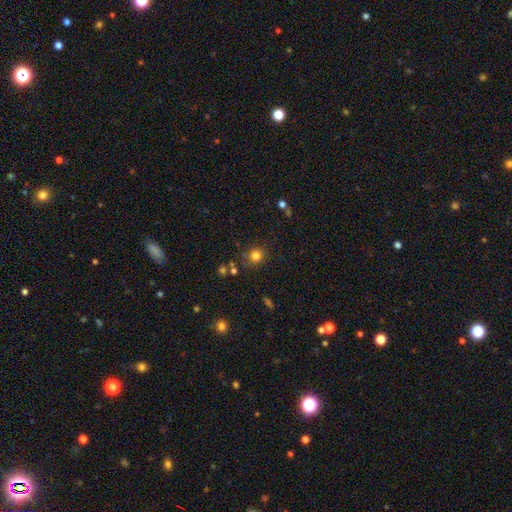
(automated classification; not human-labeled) smooth 80%, star or artifact 14%, featured or disk 6%. Down the decision tree: how rounded — round (77%); merging — none (75%).